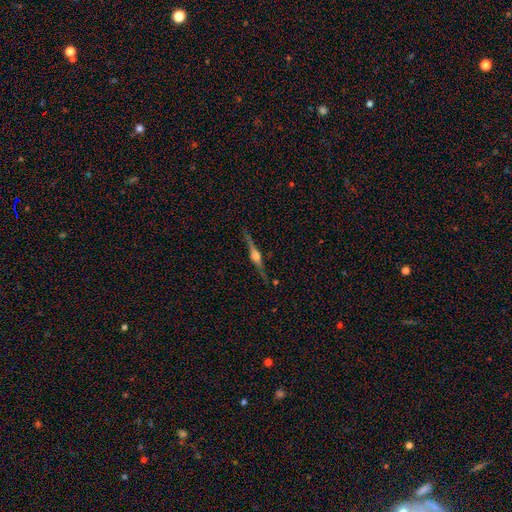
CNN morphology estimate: The model was most divided on "smooth or featured": featured or disk: 84%, smooth: 10%, star or artifact: 6%. More confident: edge-on disk — yes (98%); merging — none (88%); edge-on bulge — rounded (86%).